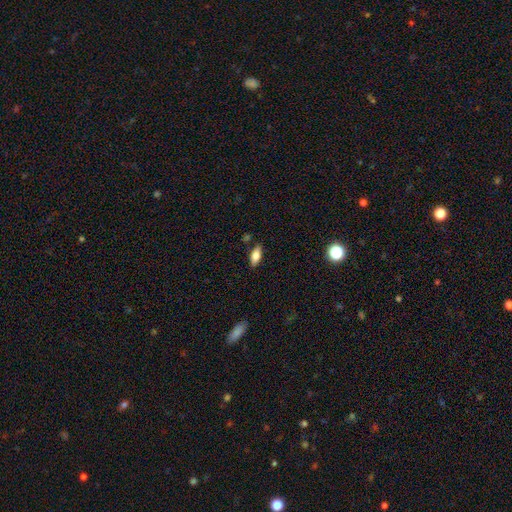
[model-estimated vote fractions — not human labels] Smooth or featured? smooth (75%)
How rounded? in between (81%)
Merging? none (84%)